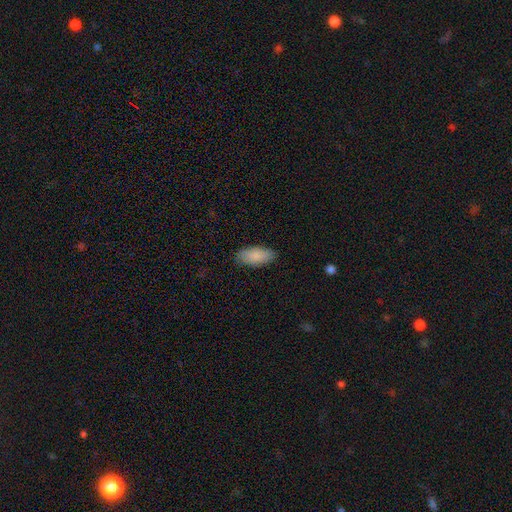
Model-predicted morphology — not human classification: This is clearly a smooth galaxy (88%). How rounded: clearly in between (88%). Merging: clearly none (85%).